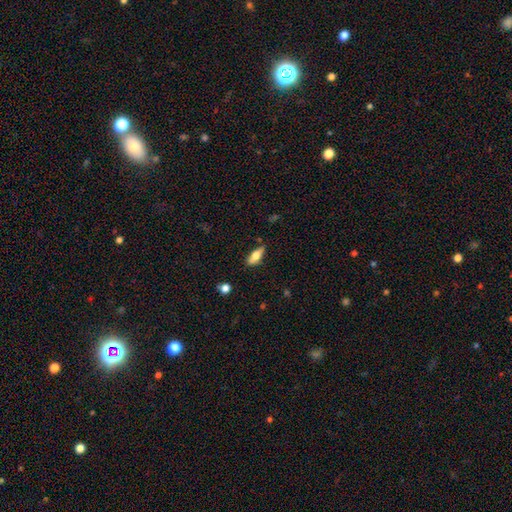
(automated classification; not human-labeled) Smooth or featured? smooth (57%)
How rounded? in between (63%)
Merging? none (79%)